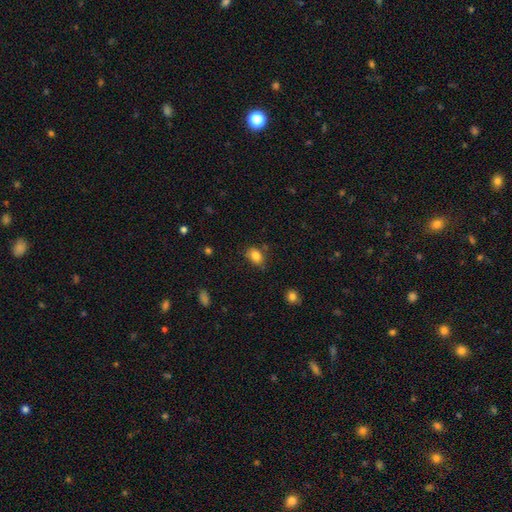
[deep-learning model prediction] Smooth or featured? Predicted: smooth (p=0.83). How rounded? Predicted: in between (p=0.71). Merging? Predicted: none (p=0.69).